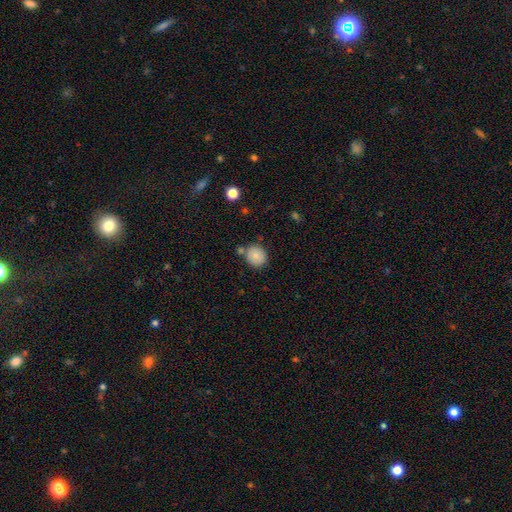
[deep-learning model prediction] Q: Smooth or featured?
A: smooth (84%); runner-up: star or artifact (9%)
Q: How rounded?
A: round (77%); runner-up: in between (22%)
Q: Merging?
A: none (73%); runner-up: minor disturbance (13%)